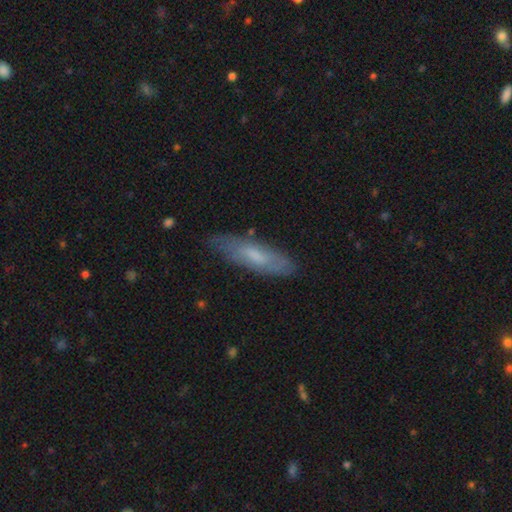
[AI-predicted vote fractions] smooth 56%, featured or disk 37%, star or artifact 6%. Down the decision tree: how rounded — cigar-shaped (61%); merging — none (77%).